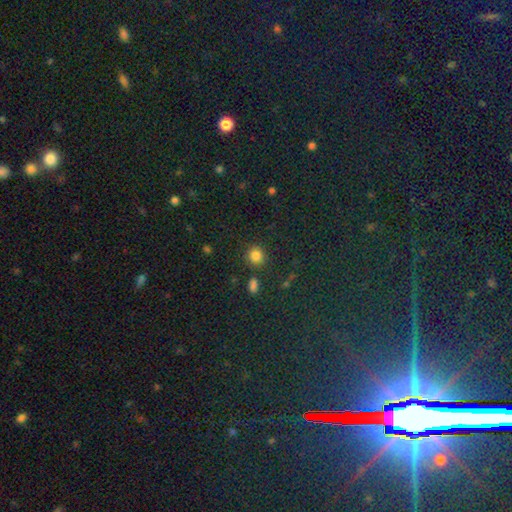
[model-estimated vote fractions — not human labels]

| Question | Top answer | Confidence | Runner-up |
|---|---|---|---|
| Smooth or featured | smooth | 82% | star or artifact (13%) |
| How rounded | round | 84% | in between (15%) |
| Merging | none | 82% | minor disturbance (10%) |